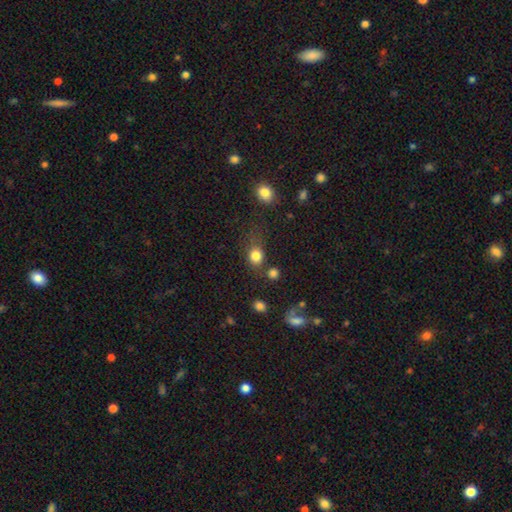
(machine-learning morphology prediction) The model was most divided on "how rounded": round: 63%, in between: 35%, cigar-shaped: 2%. More confident: smooth or featured — smooth (82%); merging — none (59%).